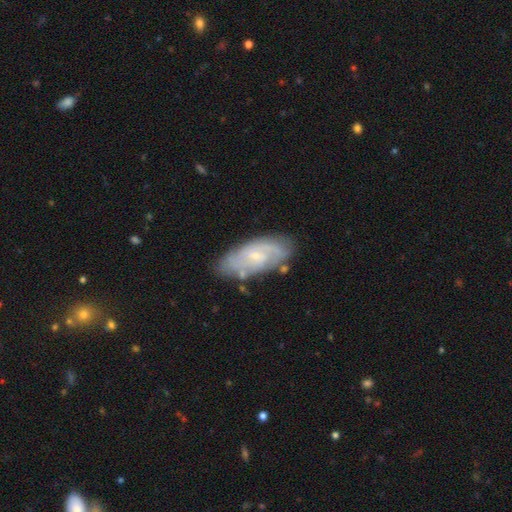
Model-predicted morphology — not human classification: type=featured or disk (69%); edge-on=no (91%); bar=no (56%); spiral arms=yes (86%); winding=tight (50%); arm count=can't tell (42%); bulge=small (73%); merging=none (74%).